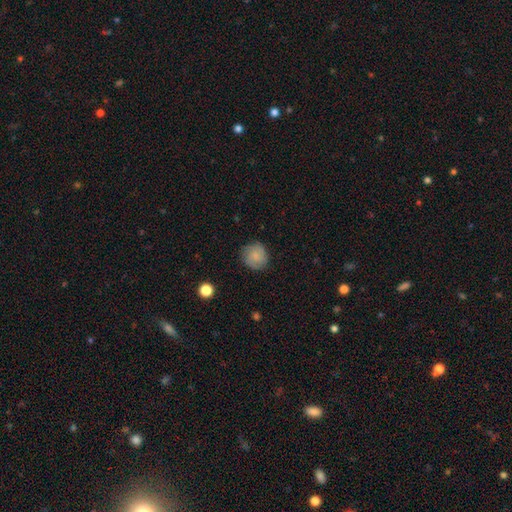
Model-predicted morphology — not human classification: Smooth or featured: smooth — 65% (featured or disk — 27%)
How rounded: round — 88% (in between — 11%)
Merging: none — 81% (minor disturbance — 14%)